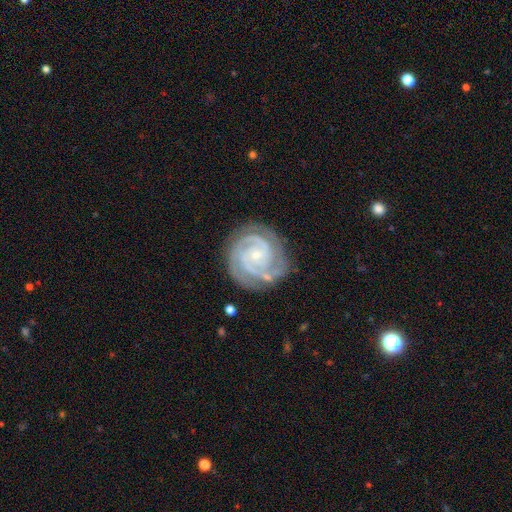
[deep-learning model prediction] Smooth or featured? Predicted: featured or disk (p=0.90). Edge-on disk? Predicted: no (p=0.98). Bar? Predicted: no (p=0.68). Spiral arms? Predicted: yes (p=0.98). Spiral winding? Predicted: tight (p=0.76). Spiral arm count? Predicted: 2 (p=0.42). Bulge size? Predicted: small (p=0.82). Merging? Predicted: none (p=0.76).